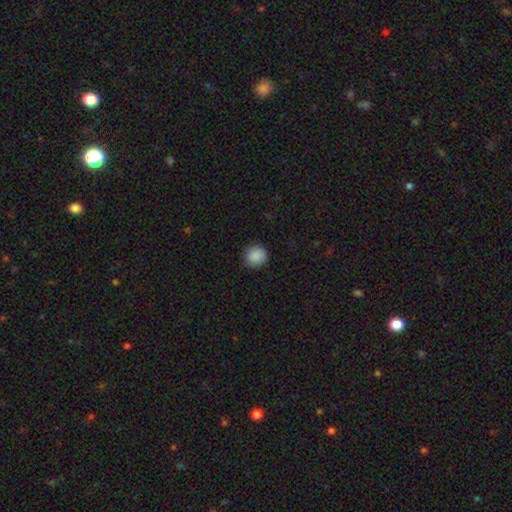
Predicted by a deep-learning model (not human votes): A smooth galaxy with no disk features (89%) that is round (88%). Merging: none (87%).